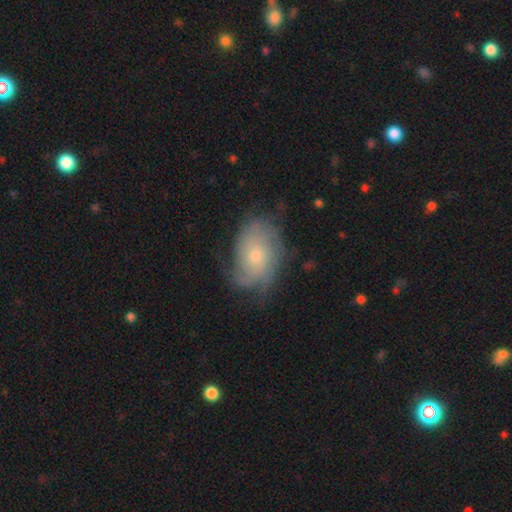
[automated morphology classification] Smooth or featured: featured or disk — 62% (smooth — 30%)
Edge-on disk: no — 96% (yes — 4%)
Bar: no — 80% (weak — 18%)
Spiral arms: yes — 84% (no — 16%)
Spiral winding: tight — 49% (medium — 33%)
Spiral arm count: can't tell — 48% (2 — 19%)
Bulge size: small — 56% (moderate — 38%)
Merging: none — 61% (minor disturbance — 26%)